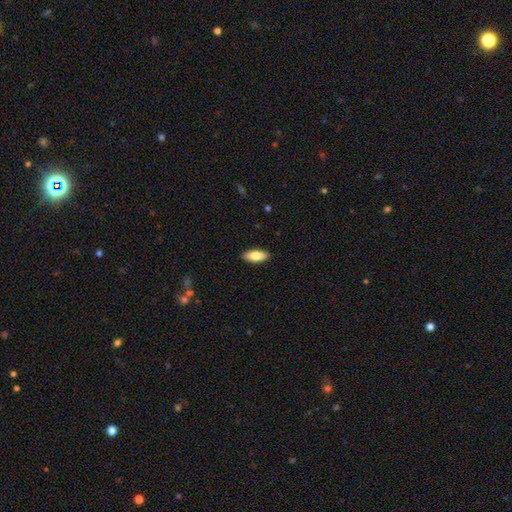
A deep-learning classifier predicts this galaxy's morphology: Smooth or featured? smooth (81%)
How rounded? in between (83%)
Merging? none (90%)